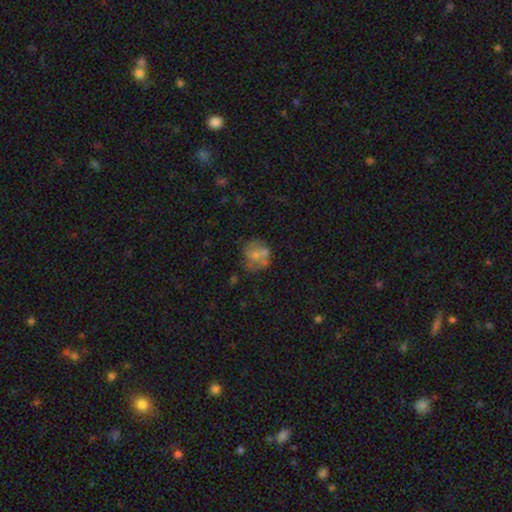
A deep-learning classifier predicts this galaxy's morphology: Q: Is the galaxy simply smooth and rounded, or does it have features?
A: smooth — 50%.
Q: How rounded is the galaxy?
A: round — 74%.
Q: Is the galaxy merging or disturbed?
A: none — 52%.